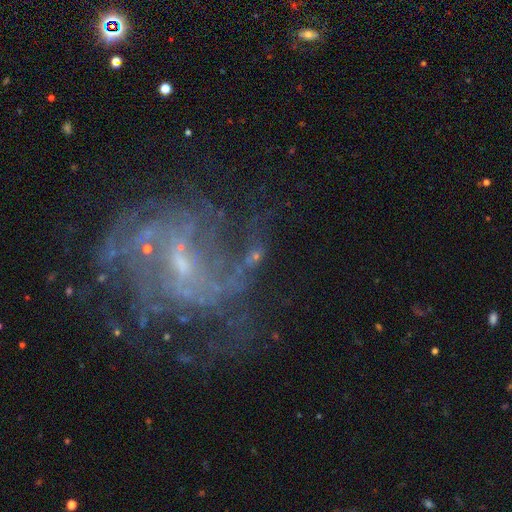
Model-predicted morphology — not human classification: smooth_or_featured: featured or disk (p=0.60) [alt: star or artifact p=0.23]
disk_edge_on: no (p=0.95) [alt: yes p=0.05]
bar: no (p=0.51) [alt: weak p=0.32]
has_spiral_arms: yes (p=0.60) [alt: no p=0.40]
bulge_size: small (p=0.52) [alt: moderate p=0.25]
merging: none (p=0.50) [alt: major disturbance p=0.25]